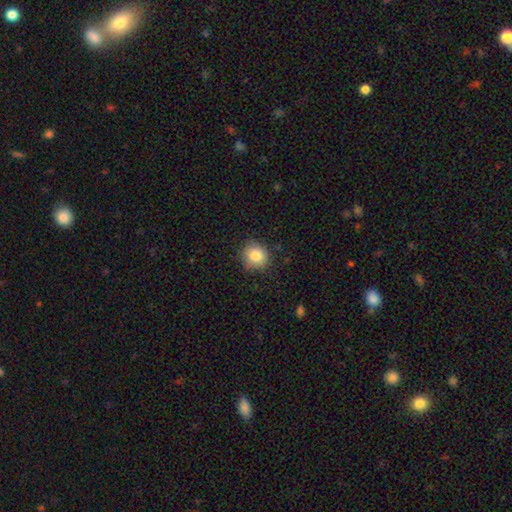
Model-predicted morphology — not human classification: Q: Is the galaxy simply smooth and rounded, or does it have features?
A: smooth — 84%.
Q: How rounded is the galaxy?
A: round — 81%.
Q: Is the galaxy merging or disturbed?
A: none — 84%.